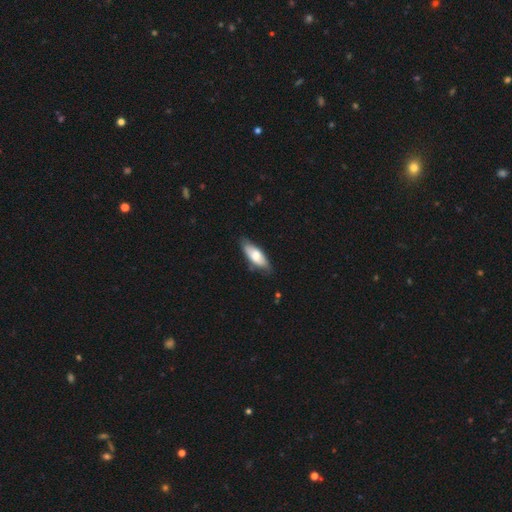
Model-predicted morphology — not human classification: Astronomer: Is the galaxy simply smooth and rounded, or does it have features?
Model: smooth — 68%.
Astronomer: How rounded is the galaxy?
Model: in between — 71%.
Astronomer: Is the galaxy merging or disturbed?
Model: none — 77%.